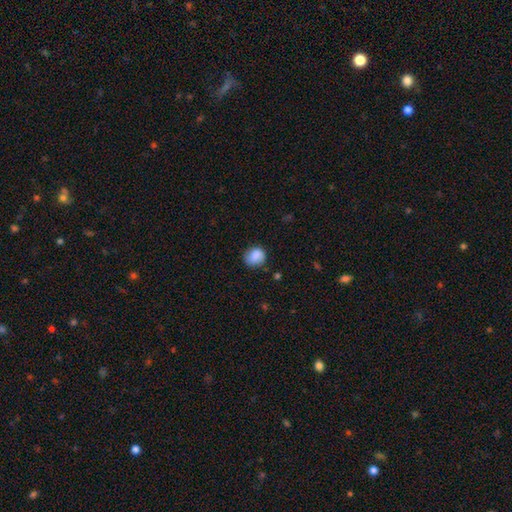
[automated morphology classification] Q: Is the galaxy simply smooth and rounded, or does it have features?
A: smooth — 86%.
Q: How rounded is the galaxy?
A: round — 73%.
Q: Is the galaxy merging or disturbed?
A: none — 73%.